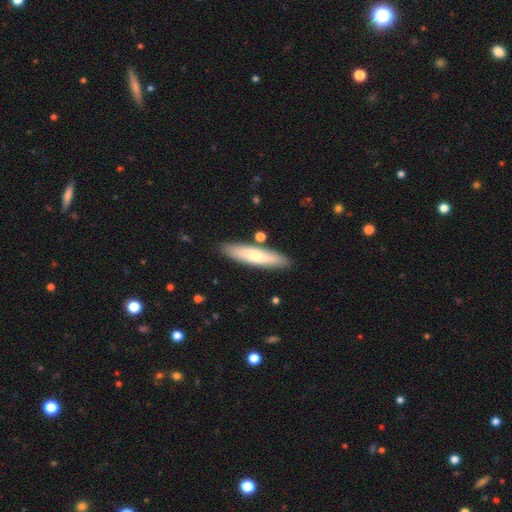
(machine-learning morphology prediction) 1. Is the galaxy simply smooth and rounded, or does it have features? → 63% smooth, 32% featured or disk, 6% star or artifact.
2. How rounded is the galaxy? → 78% cigar-shaped, 21% in between, 2% round.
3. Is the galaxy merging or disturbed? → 84% none, 10% minor disturbance, 4% merger, 2% major disturbance.